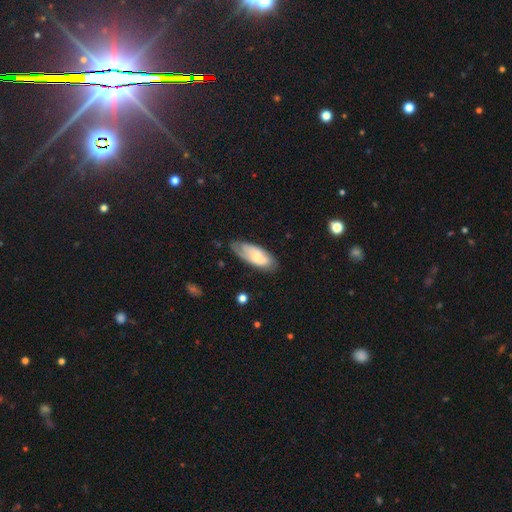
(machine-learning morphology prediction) Smooth or featured: smooth — 59% (featured or disk — 35%)
How rounded: in between — 81% (cigar-shaped — 17%)
Merging: none — 61% (minor disturbance — 28%)